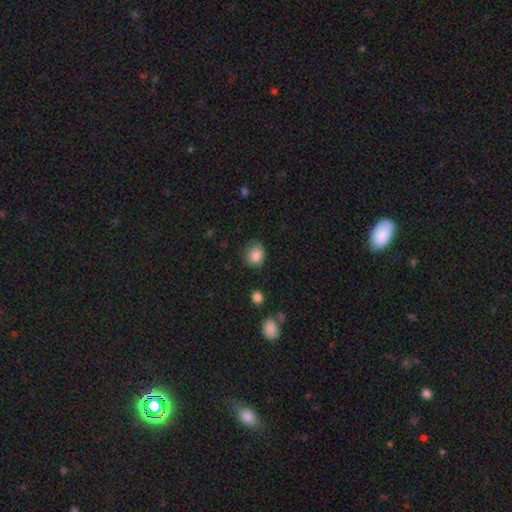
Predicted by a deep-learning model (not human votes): A smooth galaxy with no disk features (86%) that is round (66%). Merging: none (72%).